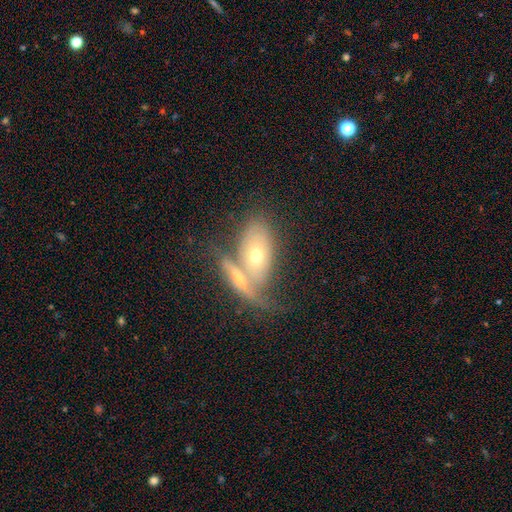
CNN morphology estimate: The model was most divided on "smooth or featured" (2-way tie): featured or disk: 46%, smooth: 46%, star or artifact: 8%. Remaining: merging — merger (49%).